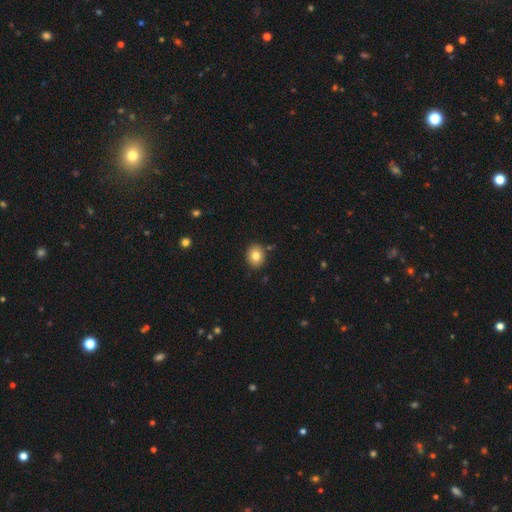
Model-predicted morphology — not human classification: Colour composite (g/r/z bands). It shows a smooth galaxy with no disk features (80%) that is round (66%). Merging: none (87%).